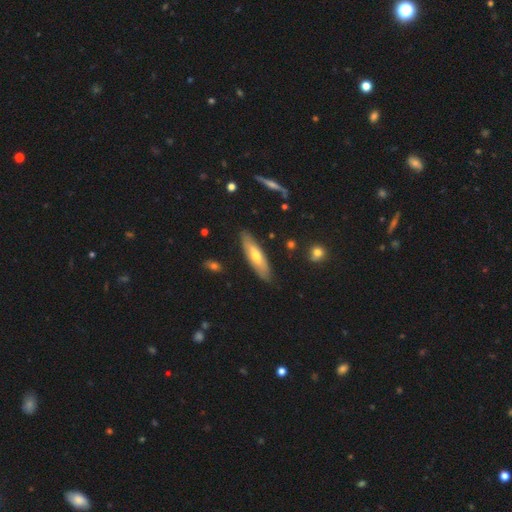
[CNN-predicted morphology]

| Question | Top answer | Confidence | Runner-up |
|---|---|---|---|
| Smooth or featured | smooth | 49% | featured or disk (46%) |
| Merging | none | 84% | minor disturbance (12%) |